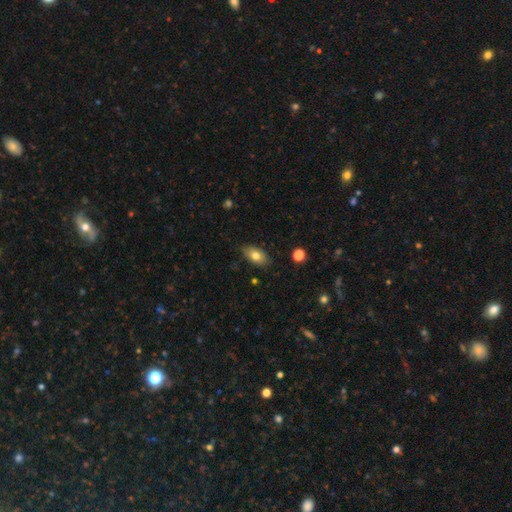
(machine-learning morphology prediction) Smooth or featured?
  - smooth: 76% *
  - featured or disk: 16%
  - star or artifact: 8%
How rounded?
  - in between: 90% *
  - round: 7%
  - cigar-shaped: 3%
Merging?
  - none: 80% *
  - minor disturbance: 16%
  - major disturbance: 3%
  - merger: 1%